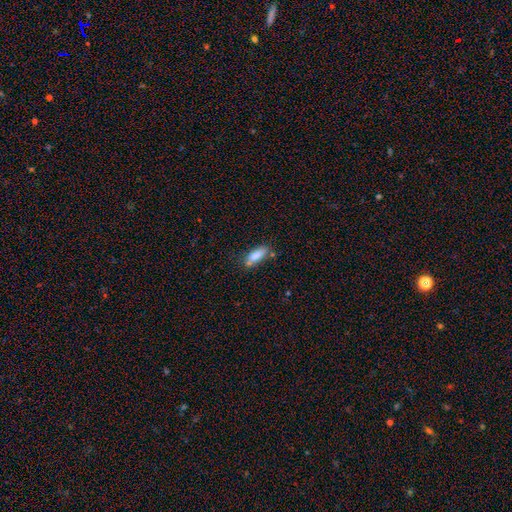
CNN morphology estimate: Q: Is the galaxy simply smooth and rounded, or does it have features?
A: smooth — 81%.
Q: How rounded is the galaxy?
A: in between — 59%.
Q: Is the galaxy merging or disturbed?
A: none — 62%.